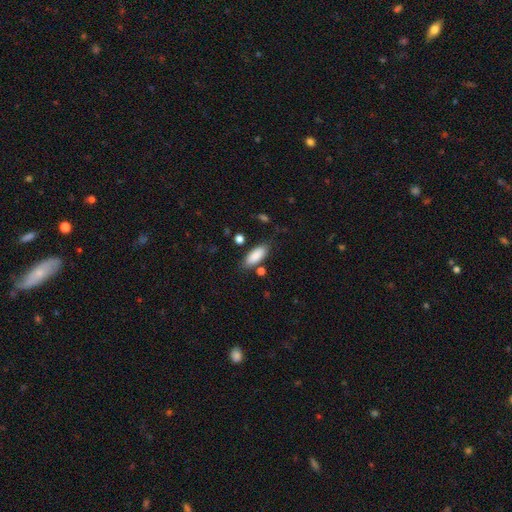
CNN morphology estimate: type=smooth (88%); roundness=in between (82%); merging=none (78%).